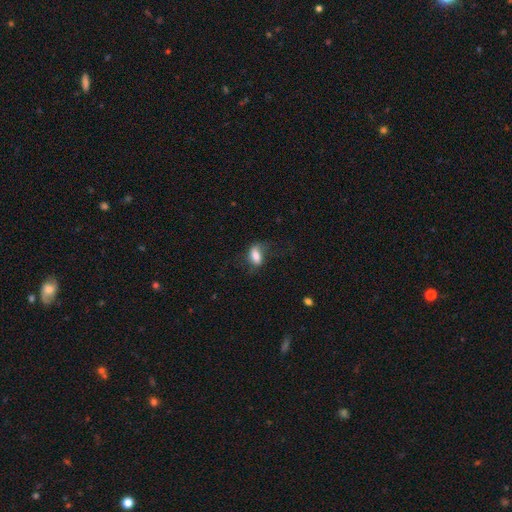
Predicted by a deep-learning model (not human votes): A smooth galaxy with no disk features (75%) that is in between round and cigar-shaped (83%). Merging: none (54%).